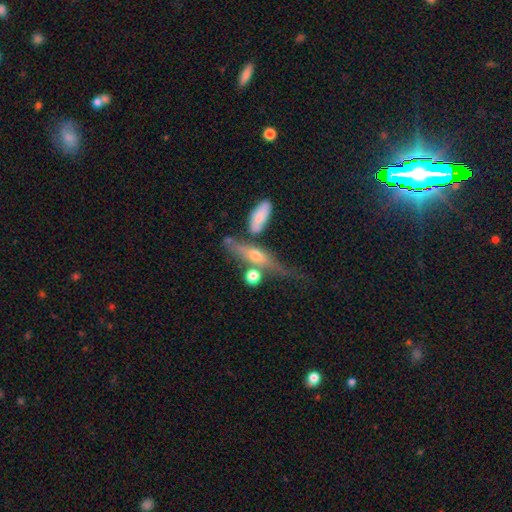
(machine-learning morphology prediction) This is possibly a featured or disk galaxy (58%). It is clearly viewed edge-on (80%). Merging: possibly none (47%).